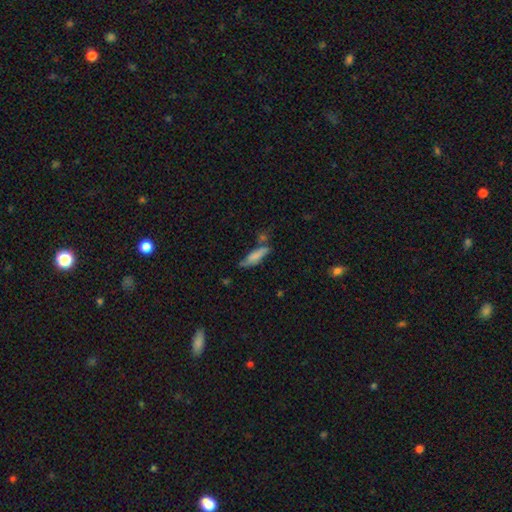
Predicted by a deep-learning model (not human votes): Smooth or featured? smooth (72%)
How rounded? cigar-shaped (70%)
Merging? none (55%)